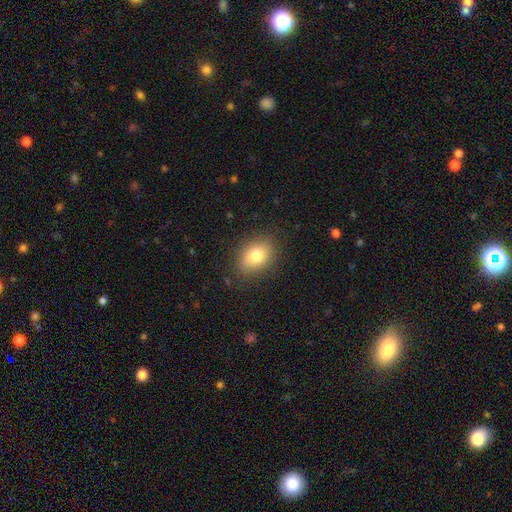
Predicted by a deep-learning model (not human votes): This appears to be a smooth galaxy with no disk features (79%) that is in between round and cigar-shaped (75%). Merging: none (85%).